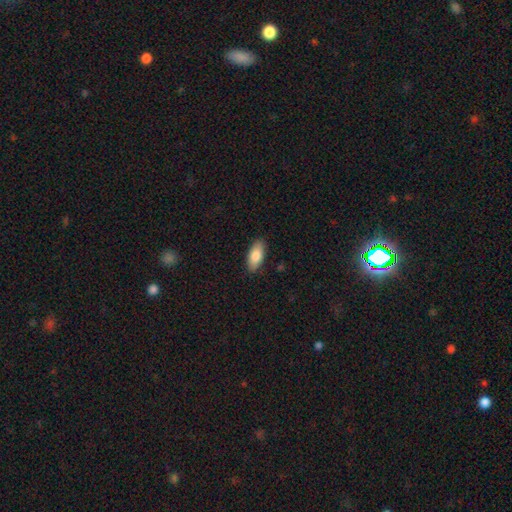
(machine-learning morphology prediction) Smooth or featured? Predicted: smooth (p=0.83). How rounded? Predicted: in between (p=0.88). Merging? Predicted: none (p=0.88).